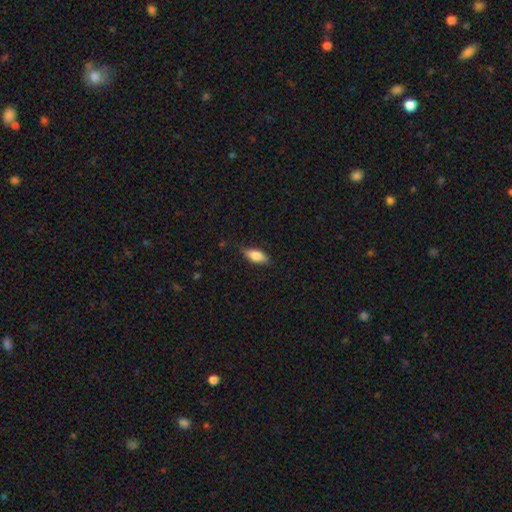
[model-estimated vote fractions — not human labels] This appears to be a smooth galaxy with no disk features (74%) that is in between round and cigar-shaped (77%). Merging: none (80%).